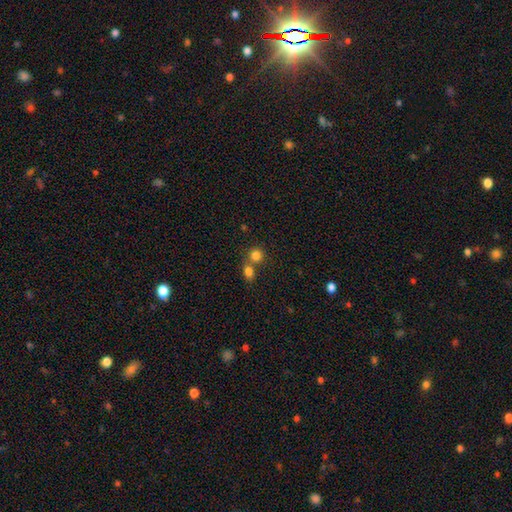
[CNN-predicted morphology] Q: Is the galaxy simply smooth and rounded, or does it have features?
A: smooth — 82%.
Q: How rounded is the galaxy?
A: round — 84%.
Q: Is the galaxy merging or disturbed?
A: none — 49%.